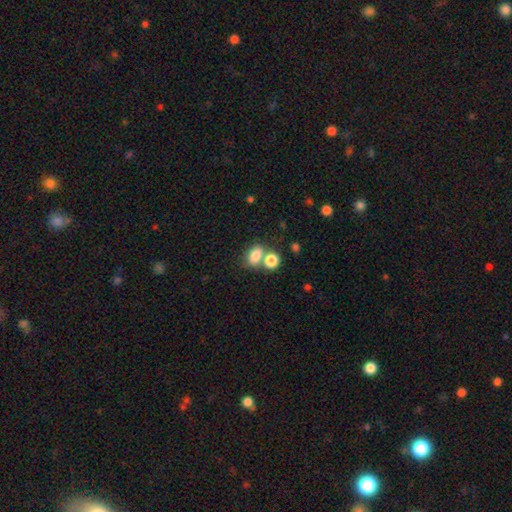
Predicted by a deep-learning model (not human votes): A smooth galaxy with no disk features (81%) that is in between round and cigar-shaped (74%). Merging: none (45%).